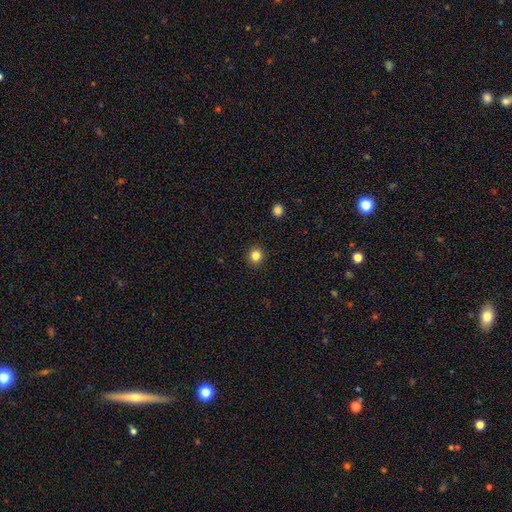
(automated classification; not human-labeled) A smooth galaxy with no disk features (83%) that is round (90%). Merging: none (93%).